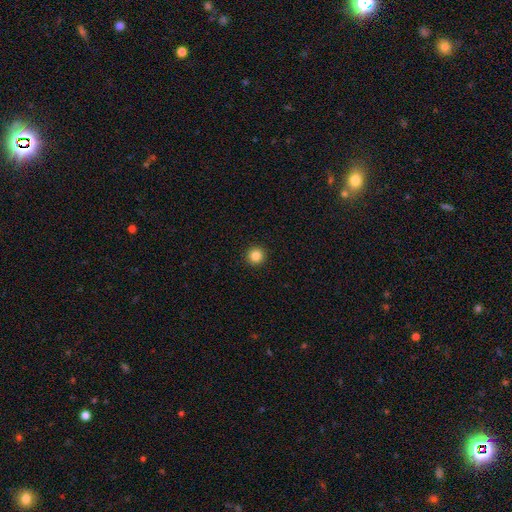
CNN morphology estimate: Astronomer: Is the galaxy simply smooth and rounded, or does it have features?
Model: smooth — 84%.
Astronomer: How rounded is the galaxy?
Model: round — 96%.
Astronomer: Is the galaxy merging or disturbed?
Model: none — 94%.